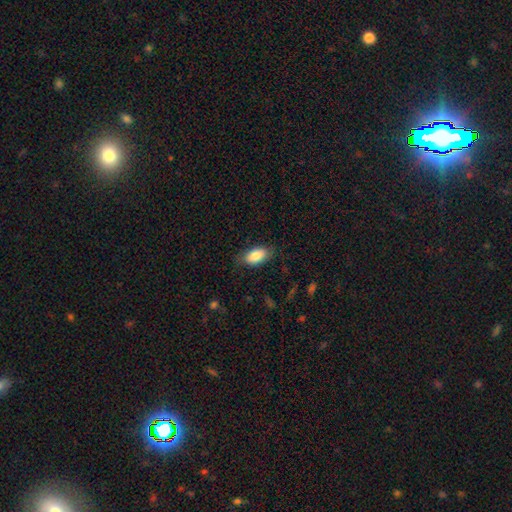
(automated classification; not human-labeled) Morphology: type=smooth (85%); roundness=in between (92%); merging=none (81%).